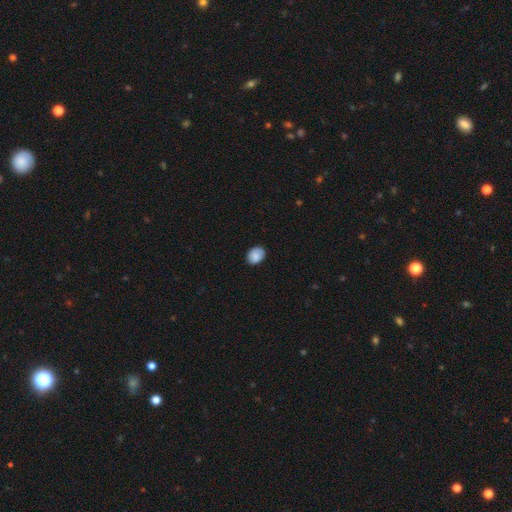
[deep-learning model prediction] This appears to be a smooth galaxy with no disk features (86%) that is in between round and cigar-shaped (66%). Merging: none (84%).